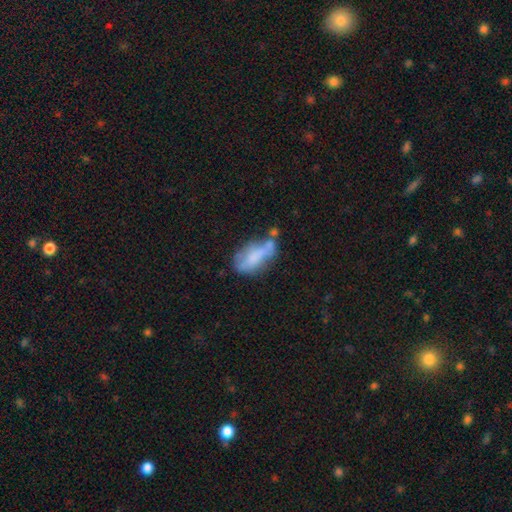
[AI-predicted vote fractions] Smooth or featured? Predicted: smooth (p=0.51). How rounded? Predicted: in between (p=0.80). Merging? Predicted: none (p=0.33).